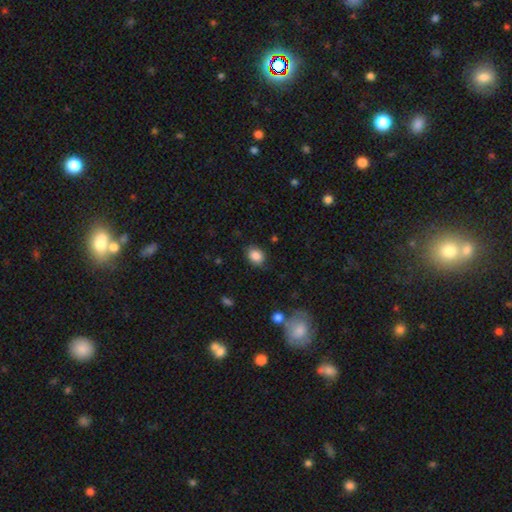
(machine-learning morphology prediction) Q: Smooth or featured?
A: smooth (86%); runner-up: star or artifact (8%)
Q: How rounded?
A: in between (63%); runner-up: round (36%)
Q: Merging?
A: none (83%); runner-up: minor disturbance (12%)